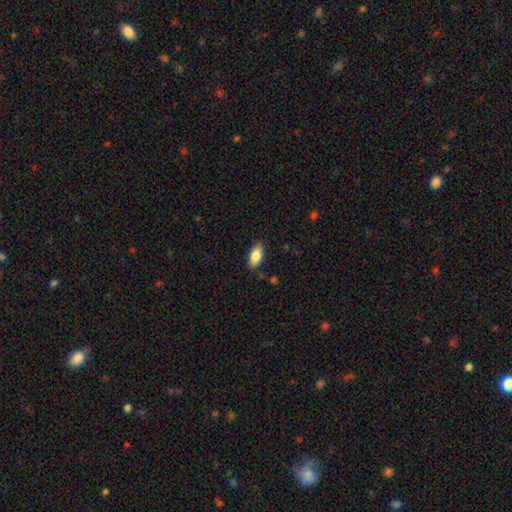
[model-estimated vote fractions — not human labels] Smooth or featured? Predicted: smooth (p=0.81). How rounded? Predicted: in between (p=0.89). Merging? Predicted: none (p=0.86).